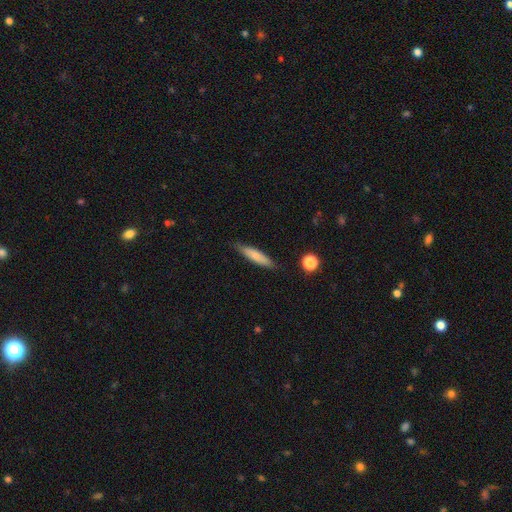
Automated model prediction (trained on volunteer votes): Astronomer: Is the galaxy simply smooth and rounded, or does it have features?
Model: smooth — 74%.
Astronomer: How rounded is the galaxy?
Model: cigar-shaped — 82%.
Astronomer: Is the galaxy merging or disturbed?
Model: none — 84%.